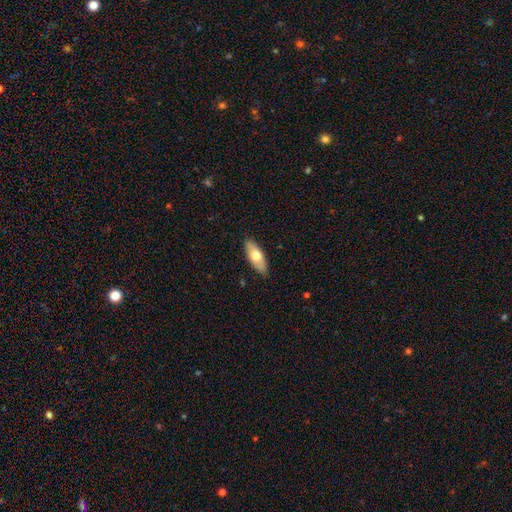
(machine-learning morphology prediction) Q: Smooth or featured?
A: smooth (65%); runner-up: featured or disk (29%)
Q: How rounded?
A: in between (78%); runner-up: cigar-shaped (19%)
Q: Merging?
A: none (88%); runner-up: minor disturbance (9%)